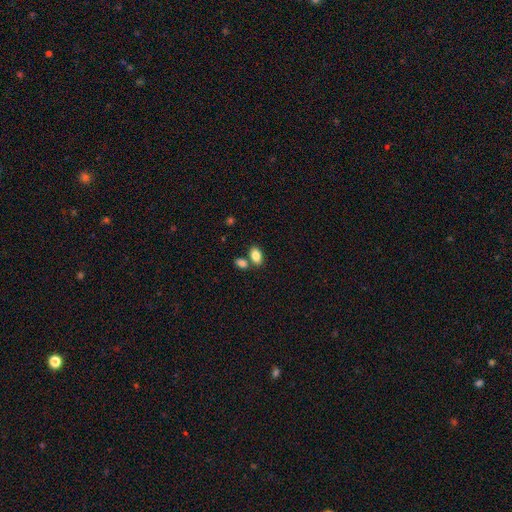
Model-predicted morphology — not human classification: type=smooth (84%); roundness=in between (90%); merging=none (64%).